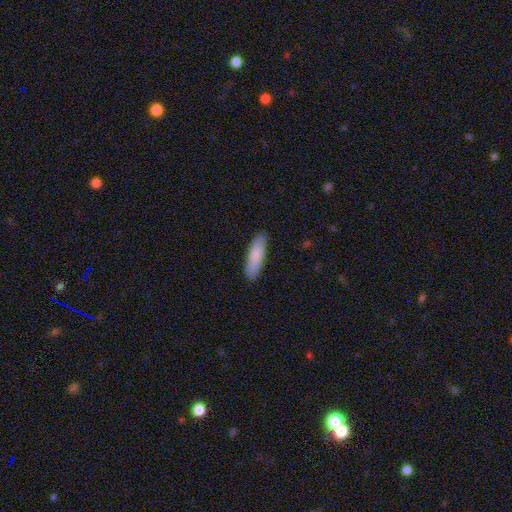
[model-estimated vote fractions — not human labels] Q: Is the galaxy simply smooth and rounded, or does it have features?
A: smooth — 84%.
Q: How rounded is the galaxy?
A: cigar-shaped — 53%.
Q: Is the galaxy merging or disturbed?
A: none — 88%.